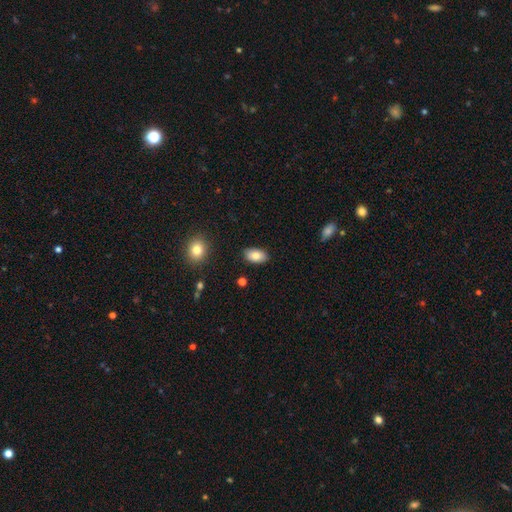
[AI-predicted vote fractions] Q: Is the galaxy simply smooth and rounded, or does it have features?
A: smooth — 85%.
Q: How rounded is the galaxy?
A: in between — 93%.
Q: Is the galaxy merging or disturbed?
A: none — 87%.